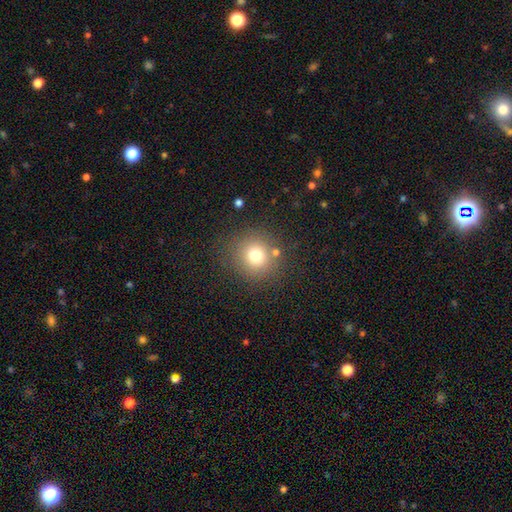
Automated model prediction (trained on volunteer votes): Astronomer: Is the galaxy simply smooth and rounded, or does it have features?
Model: smooth — 75%.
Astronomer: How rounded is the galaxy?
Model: round — 91%.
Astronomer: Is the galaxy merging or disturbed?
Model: none — 82%.